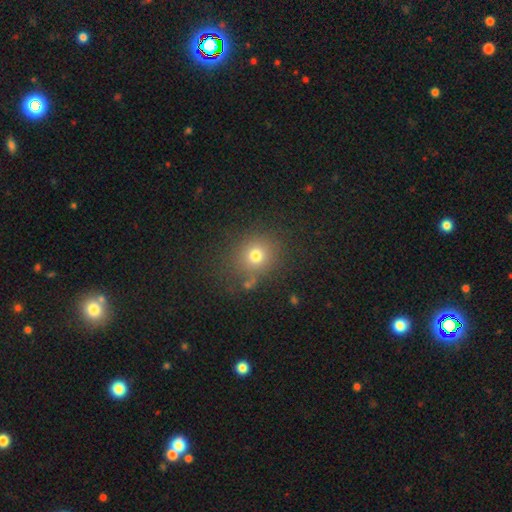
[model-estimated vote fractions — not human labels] This is likely a smooth galaxy (73%). How rounded: clearly round (82%). Merging: likely none (79%).